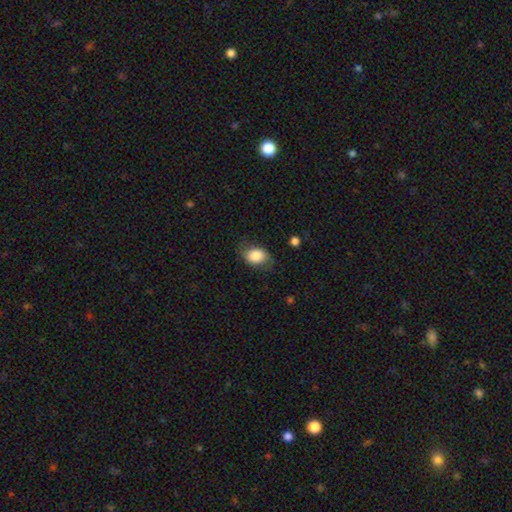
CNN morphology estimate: Smooth or featured? smooth (79%)
How rounded? in between (75%)
Merging? none (66%)